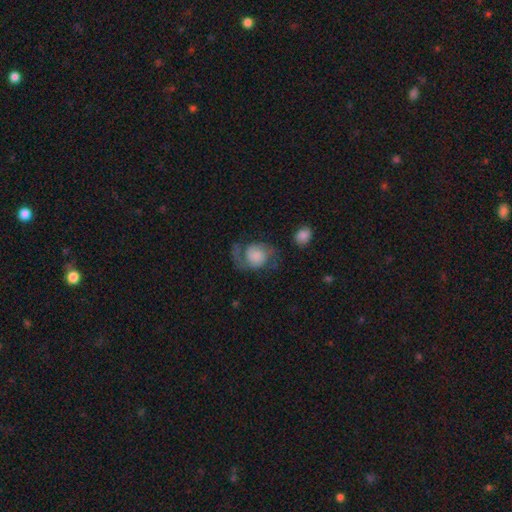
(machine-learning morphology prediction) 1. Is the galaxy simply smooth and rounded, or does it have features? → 69% featured or disk, 23% smooth, 7% star or artifact.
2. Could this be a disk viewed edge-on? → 98% no, 2% yes.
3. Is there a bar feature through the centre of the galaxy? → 75% no, 21% weak, 4% strong.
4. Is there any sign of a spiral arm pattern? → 93% yes, 7% no.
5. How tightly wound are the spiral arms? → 44% medium, 40% loose, 16% tight.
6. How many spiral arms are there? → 88% 2, 6% 1, 3% can't tell, 1% 3, 1% 4, 1% more than 4.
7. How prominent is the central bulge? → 28% large, 25% none, 17% dominant, 16% small, 14% moderate.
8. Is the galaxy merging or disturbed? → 58% none, 20% major disturbance, 19% minor disturbance, 3% merger.